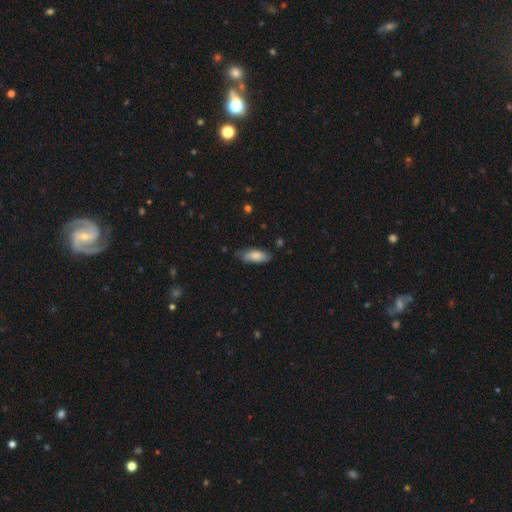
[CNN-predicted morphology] smooth-or-featured: smooth: 80% | featured or disk: 14% | star or artifact: 6%
  how-rounded: in between: 78% | cigar-shaped: 20% | round: 2%
  merging: none: 66% | minor disturbance: 27% | major disturbance: 4% | merger: 2%